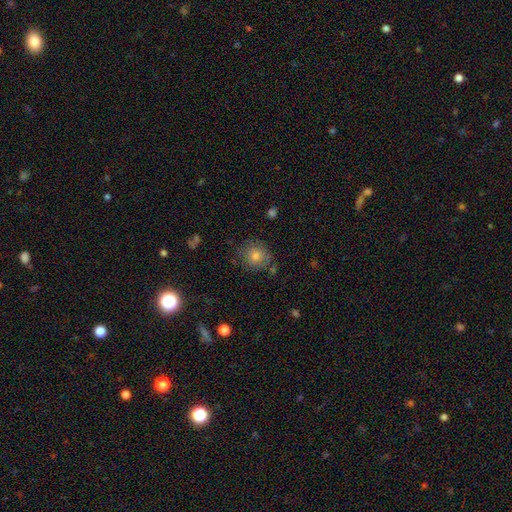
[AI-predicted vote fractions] Smooth or featured? Predicted: smooth (p=0.71). How rounded? Predicted: round (p=0.87). Merging? Predicted: none (p=0.78).